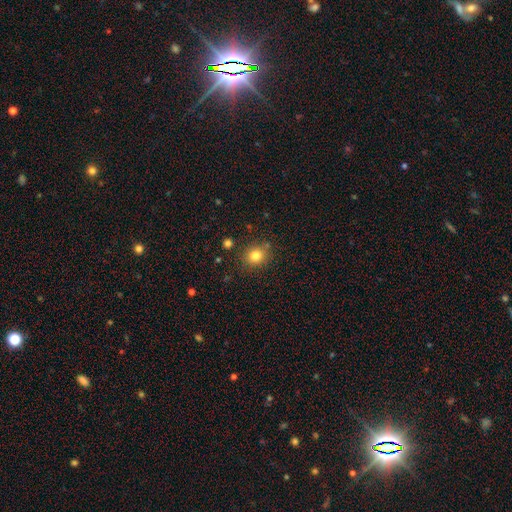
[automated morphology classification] The model was most divided on "how rounded": round: 79%, in between: 20%, cigar-shaped: 1%. More confident: merging — none (83%); smooth or featured — smooth (81%).